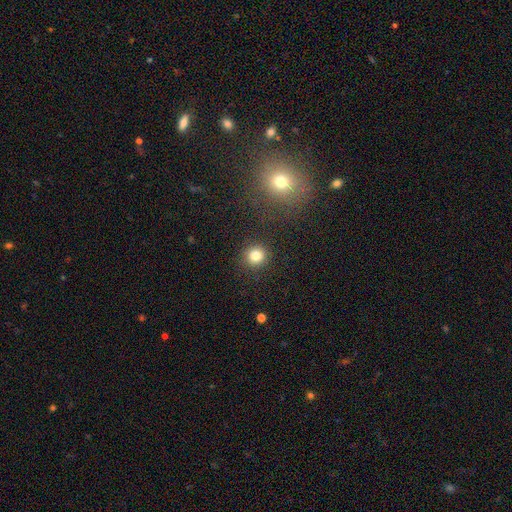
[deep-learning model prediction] This appears to be a smooth galaxy with no disk features (82%) that is round (92%). Merging: none (90%).